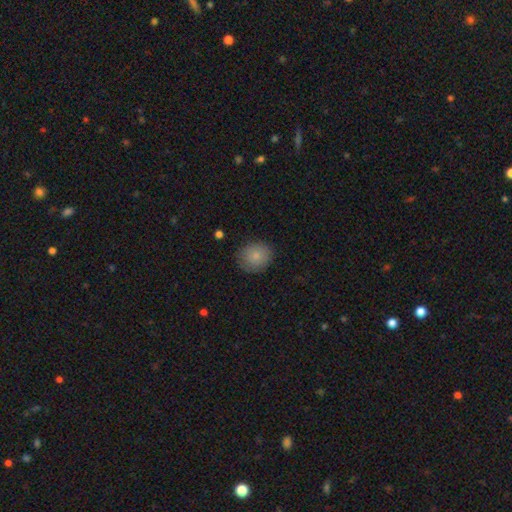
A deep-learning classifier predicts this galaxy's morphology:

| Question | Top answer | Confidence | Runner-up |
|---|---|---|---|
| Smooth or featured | smooth | 84% | featured or disk (8%) |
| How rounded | round | 73% | in between (26%) |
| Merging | none | 83% | minor disturbance (13%) |